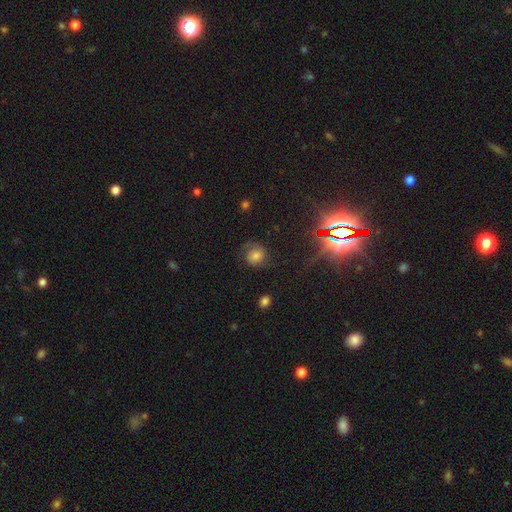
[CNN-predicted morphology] Smooth or featured?
  - featured or disk: 45% *
  - smooth: 40%
  - star or artifact: 15%
Merging?
  - none: 63% *
  - minor disturbance: 19%
  - major disturbance: 17%
  - merger: 2%